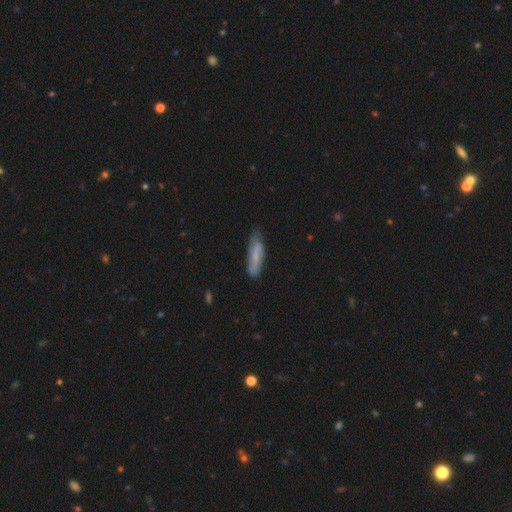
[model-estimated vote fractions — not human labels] Morphology: type=smooth (64%); roundness=cigar-shaped (66%); merging=none (67%).